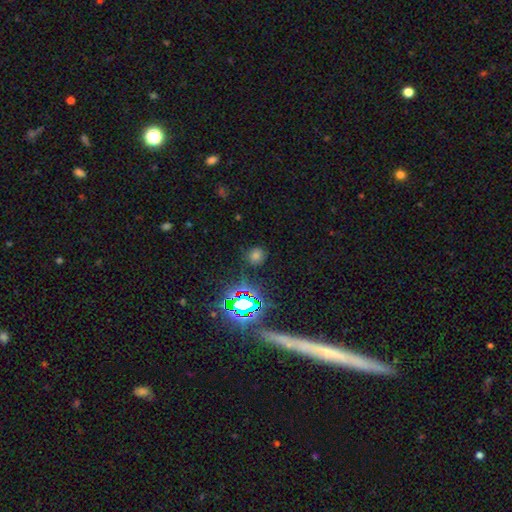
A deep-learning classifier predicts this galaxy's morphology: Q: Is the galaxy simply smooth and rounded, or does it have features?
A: smooth — 51%.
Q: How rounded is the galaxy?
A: round — 82%.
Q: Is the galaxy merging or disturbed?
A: none — 83%.